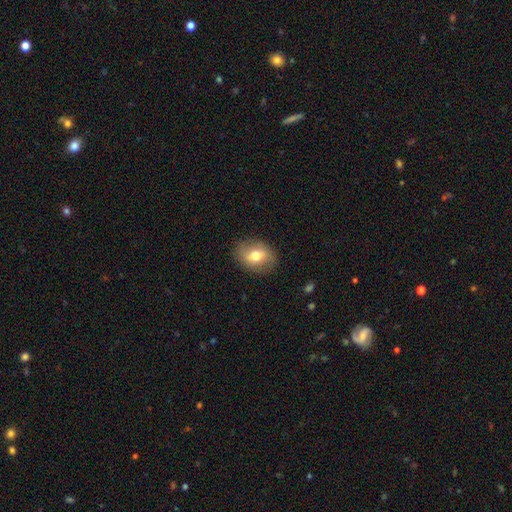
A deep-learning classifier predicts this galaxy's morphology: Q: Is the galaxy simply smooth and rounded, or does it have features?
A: smooth — 62%.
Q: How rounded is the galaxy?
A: in between — 64%.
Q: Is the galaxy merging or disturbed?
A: none — 84%.